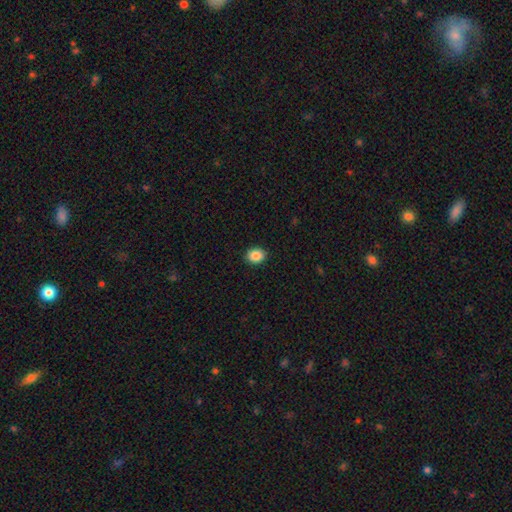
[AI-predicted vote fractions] Smooth or featured: smooth — 87% (star or artifact — 9%)
How rounded: round — 57% (in between — 42%)
Merging: none — 91% (minor disturbance — 6%)